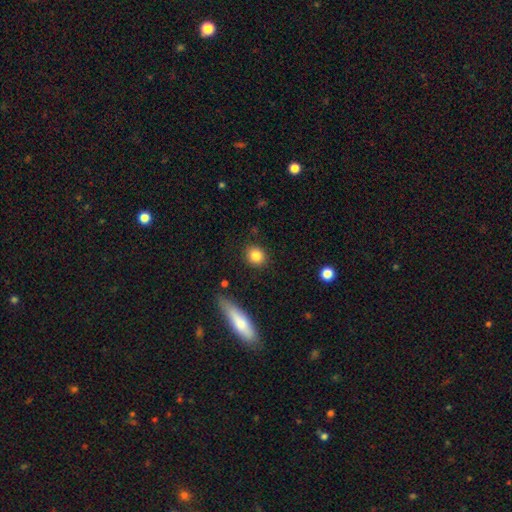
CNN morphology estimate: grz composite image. It shows a smooth galaxy with no disk features (85%) that is round (82%). Merging: none (88%).